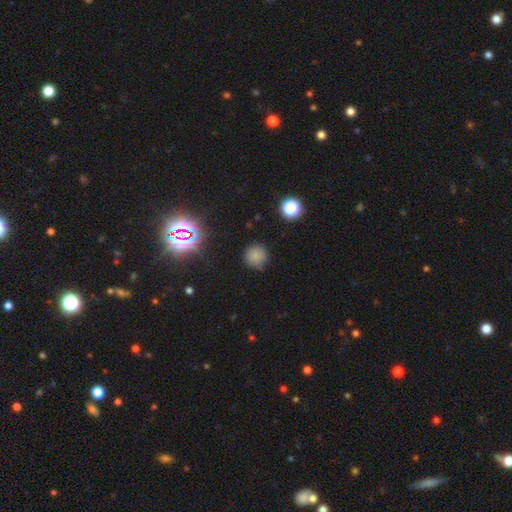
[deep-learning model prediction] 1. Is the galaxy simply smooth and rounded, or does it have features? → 75% smooth, 19% star or artifact, 6% featured or disk.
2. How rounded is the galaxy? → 94% round, 5% in between, 1% cigar-shaped.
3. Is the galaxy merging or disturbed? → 85% none, 10% minor disturbance, 3% major disturbance, 2% merger.